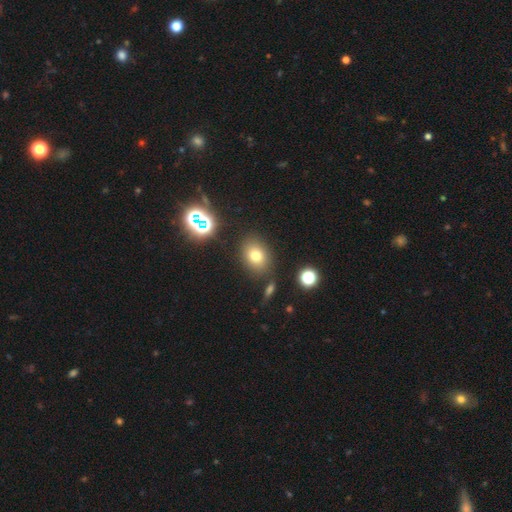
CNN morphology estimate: smooth 73%, star or artifact 17%, featured or disk 11%. Down the decision tree: how rounded — in between (52%); merging — none (81%).